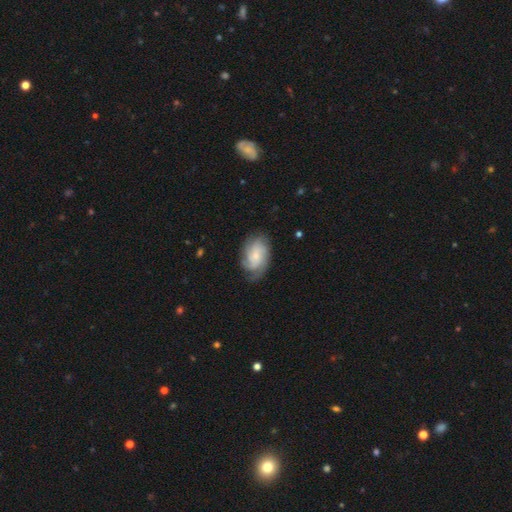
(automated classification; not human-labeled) This appears to be a featured or disk galaxy (72%) with no bar (73%), can't tell (27%, tied with 3) tight (51%) spiral arms (95%) and a small central bulge (69%). Merging: none (72%).